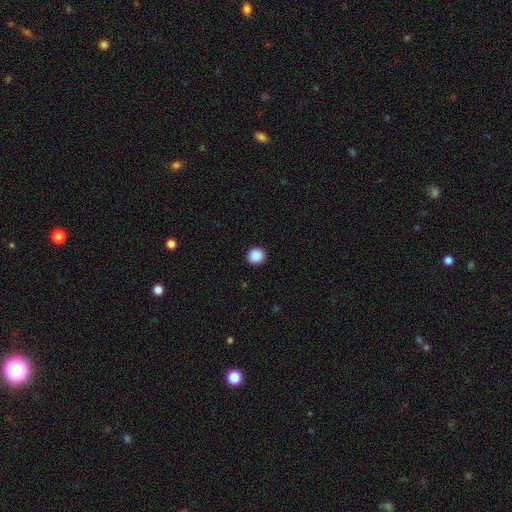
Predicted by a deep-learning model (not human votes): smooth-or-featured: smooth: 89% | star or artifact: 9% | featured or disk: 2%
  how-rounded: round: 93% | in between: 7% | cigar-shaped: 1%
  merging: none: 93% | minor disturbance: 5% | major disturbance: 2% | merger: 1%